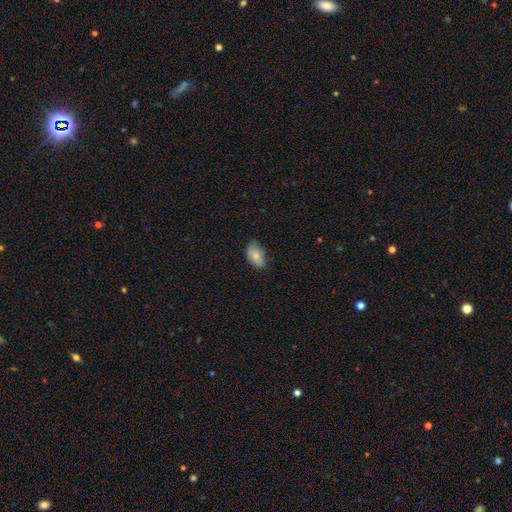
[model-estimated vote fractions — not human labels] Smooth or featured? smooth (77%)
How rounded? in between (90%)
Merging? none (60%)